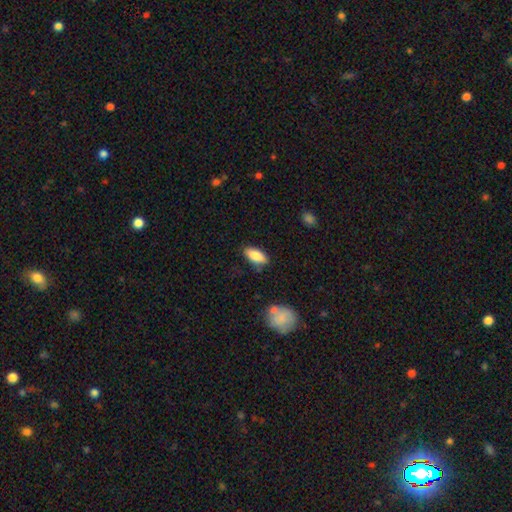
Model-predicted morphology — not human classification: Overall: smooth (82%). How rounded: in between (83%). Merging: none (81%).